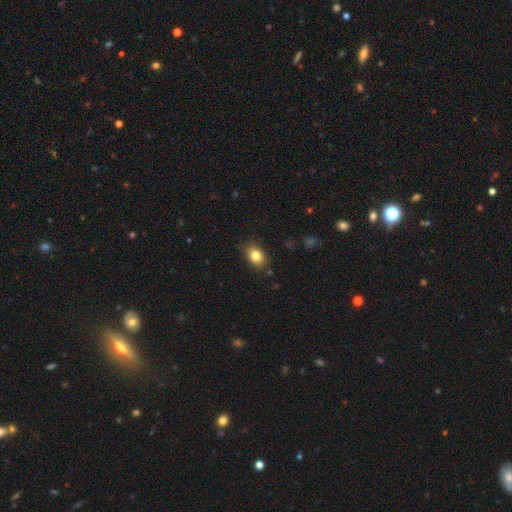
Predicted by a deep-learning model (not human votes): A smooth galaxy with no disk features (83%) that is in between round and cigar-shaped (78%). Merging: none (84%).